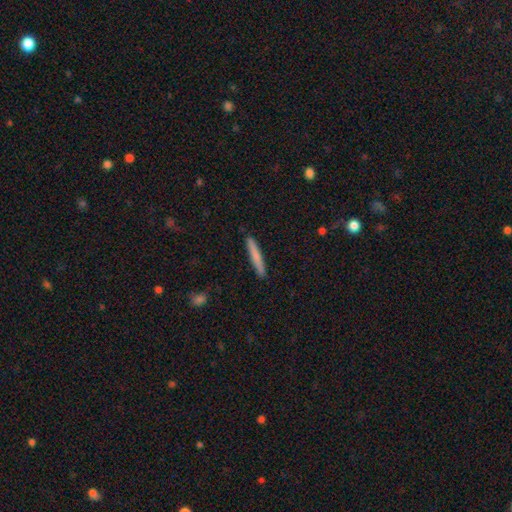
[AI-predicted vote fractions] This appears to be a smooth galaxy with no disk features (74%) that is cigar-shaped (96%). Merging: none (91%).